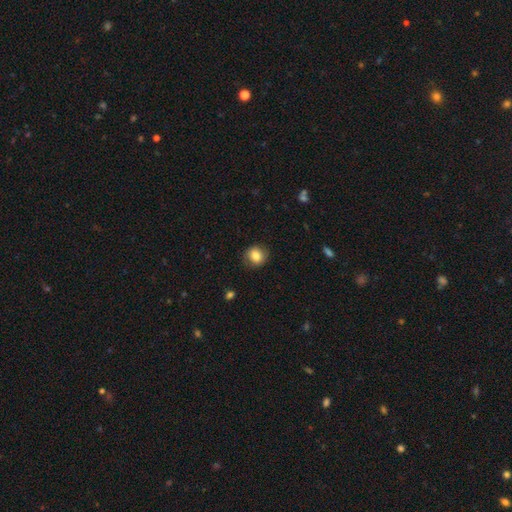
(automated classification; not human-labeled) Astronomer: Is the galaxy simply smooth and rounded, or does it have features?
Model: smooth — 82%.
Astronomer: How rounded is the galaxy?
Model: round — 78%.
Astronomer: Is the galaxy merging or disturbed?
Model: none — 84%.